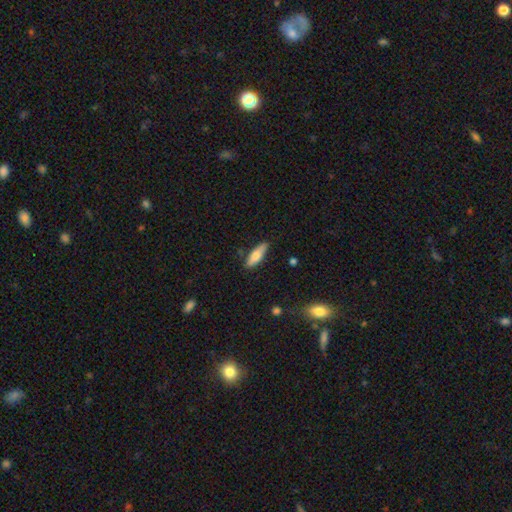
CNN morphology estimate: Overall: smooth (74%). How rounded: in between (51%; cigar-shaped 47%). Merging: none (83%).